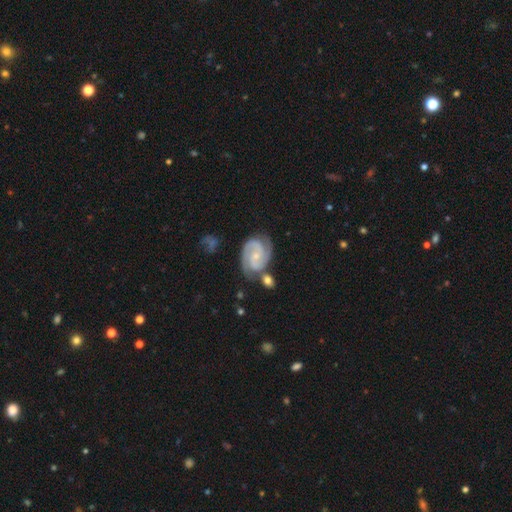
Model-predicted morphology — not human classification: smooth-or-featured: featured or disk: 90% | smooth: 5% | star or artifact: 5%
  disk-edge-on: no: 98% | yes: 2%
    bar: no: 52% | weak: 36% | strong: 12%
    has-spiral-arms: yes: 98% | no: 2%
      spiral-winding: tight: 47% | medium: 45% | loose: 8%
      spiral-arm-count: 2: 87% | 3: 6% | can't tell: 3% | 1: 1% | 4: 1% | more than 4: 1%
    bulge-size: small: 69% | moderate: 24% | none: 5% | large: 1% | dominant: 1%
  merging: none: 65% | minor disturbance: 17% | merger: 13% | major disturbance: 5%